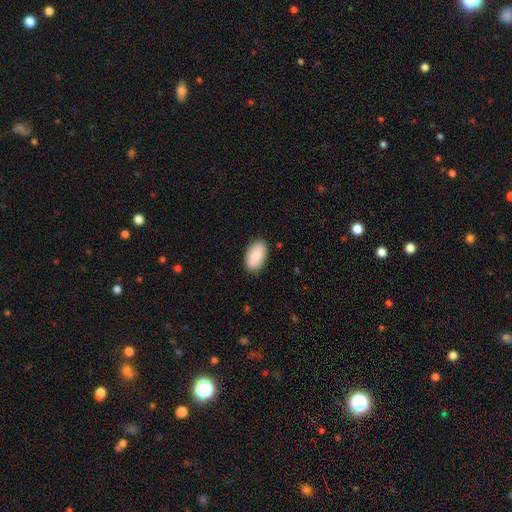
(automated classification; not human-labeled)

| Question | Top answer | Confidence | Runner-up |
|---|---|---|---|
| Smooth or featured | smooth | 87% | featured or disk (7%) |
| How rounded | in between | 95% | round (3%) |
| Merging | none | 87% | minor disturbance (10%) |